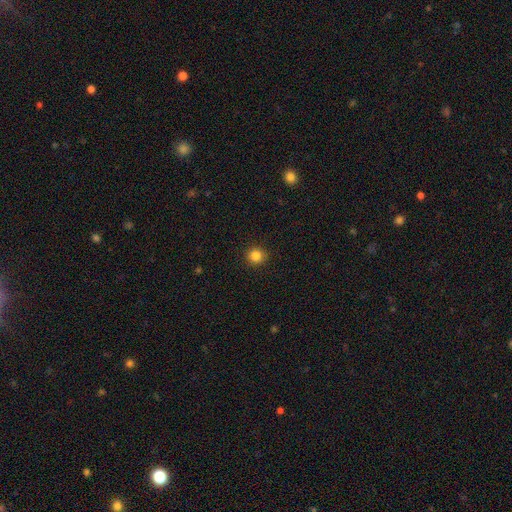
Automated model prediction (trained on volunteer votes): Smooth or featured?
  - smooth: 85% *
  - star or artifact: 11%
  - featured or disk: 4%
How rounded?
  - round: 92% *
  - in between: 7%
  - cigar-shaped: 1%
Merging?
  - none: 91% *
  - minor disturbance: 6%
  - major disturbance: 2%
  - merger: 1%